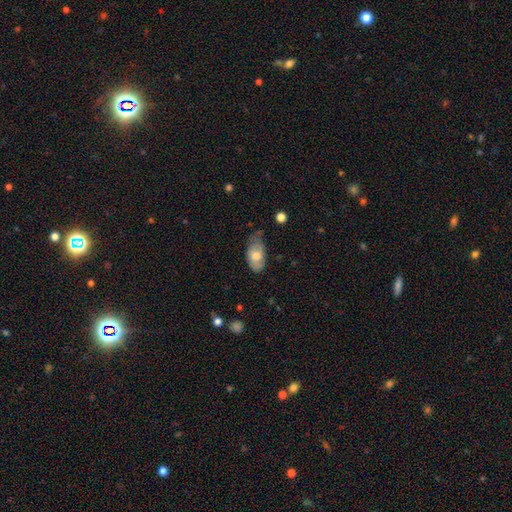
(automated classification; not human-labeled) Smooth or featured?
  - smooth: 69% *
  - featured or disk: 25%
  - star or artifact: 6%
How rounded?
  - in between: 92% *
  - round: 4%
  - cigar-shaped: 3%
Merging?
  - none: 52% *
  - minor disturbance: 37%
  - major disturbance: 9%
  - merger: 2%